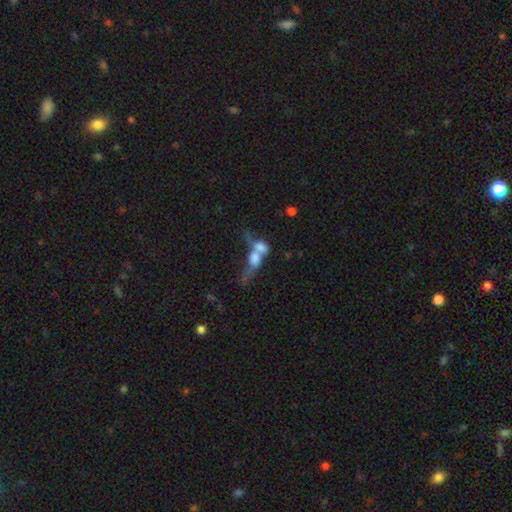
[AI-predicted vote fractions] Morphology: type=smooth (57%); roundness=in between (63%); merging=merger (78%).